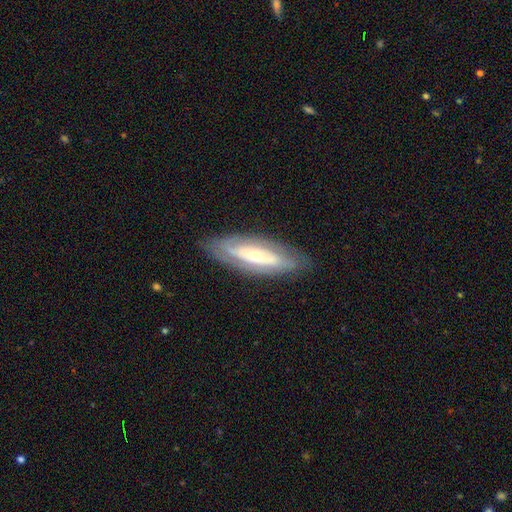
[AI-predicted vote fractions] The model was most divided on "bulge size": moderate: 47%, small: 46%, large: 4%, none: 1%, dominant: 1%. More confident: merging — none (81%); edge-on disk — no (72%); smooth or featured — featured or disk (70%); spiral arms — yes (63%); bar — no (57%).